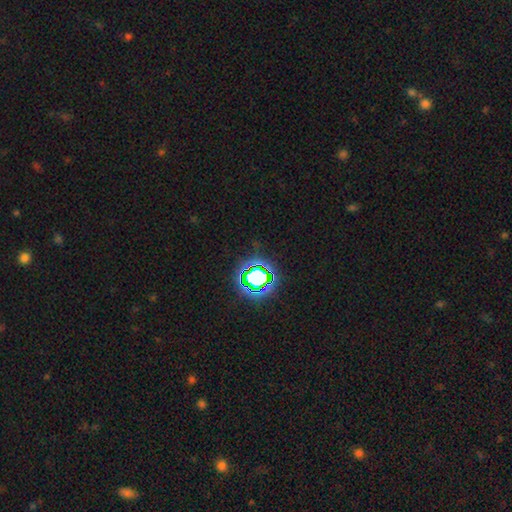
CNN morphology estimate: star or artifact 78%, smooth 14%, featured or disk 7%.